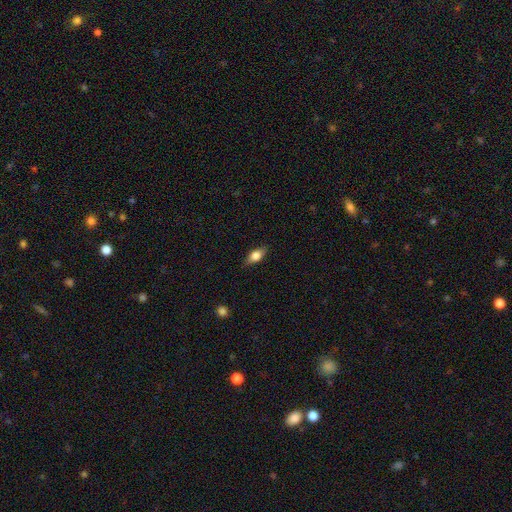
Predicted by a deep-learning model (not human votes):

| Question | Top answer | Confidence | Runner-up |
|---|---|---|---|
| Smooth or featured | smooth | 66% | featured or disk (26%) |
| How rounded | in between | 78% | cigar-shaped (15%) |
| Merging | none | 83% | minor disturbance (13%) |